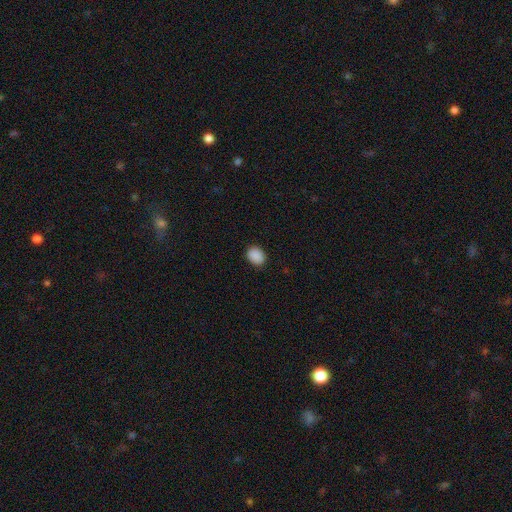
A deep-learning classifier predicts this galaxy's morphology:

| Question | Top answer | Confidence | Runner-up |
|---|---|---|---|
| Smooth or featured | smooth | 89% | star or artifact (8%) |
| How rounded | in between | 51% | round (48%) |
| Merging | none | 88% | minor disturbance (9%) |